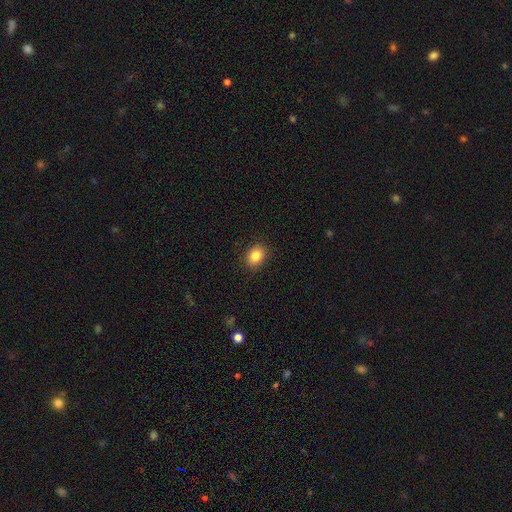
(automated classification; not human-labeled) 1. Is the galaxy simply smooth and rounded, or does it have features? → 85% smooth, 9% star or artifact, 6% featured or disk.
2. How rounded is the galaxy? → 55% in between, 44% round, 1% cigar-shaped.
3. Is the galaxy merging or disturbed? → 90% none, 7% minor disturbance, 2% major disturbance, 1% merger.